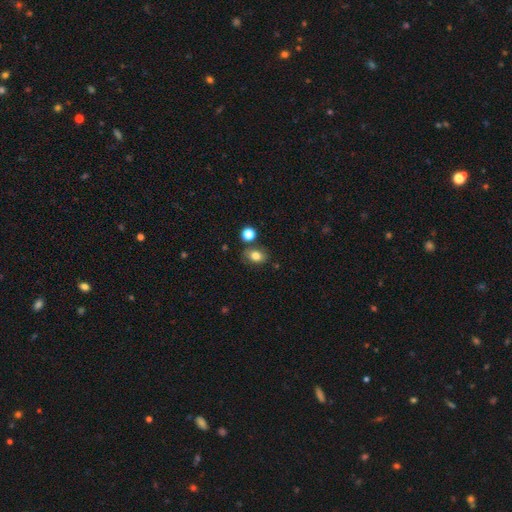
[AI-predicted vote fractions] smooth_or_featured: smooth (p=0.80) [alt: star or artifact p=0.11]
how_rounded: in between (p=0.66) [alt: round p=0.32]
merging: none (p=0.75) [alt: minor disturbance p=0.13]